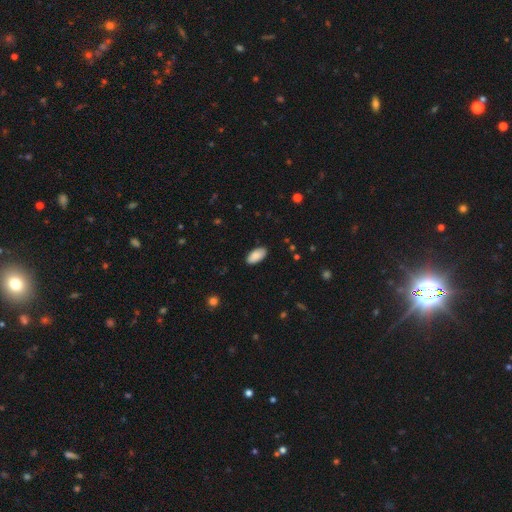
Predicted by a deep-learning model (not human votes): Smooth or featured? Predicted: smooth (p=0.88). How rounded? Predicted: in between (p=0.94). Merging? Predicted: none (p=0.87).